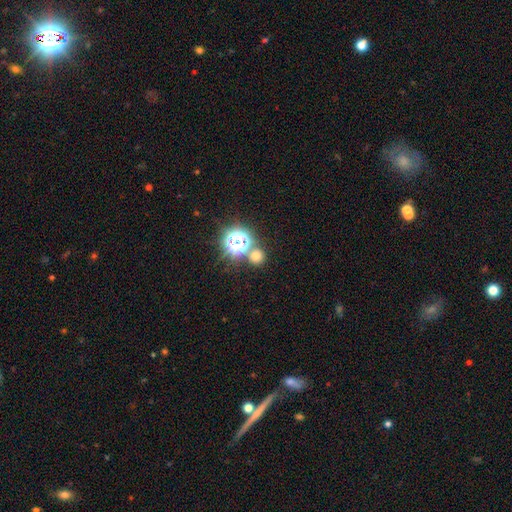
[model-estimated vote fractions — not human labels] Smooth or featured?
  - smooth: 58% *
  - star or artifact: 35%
  - featured or disk: 6%
How rounded?
  - round: 89% *
  - in between: 10%
  - cigar-shaped: 1%
Merging?
  - none: 73% *
  - merger: 17%
  - minor disturbance: 7%
  - major disturbance: 3%